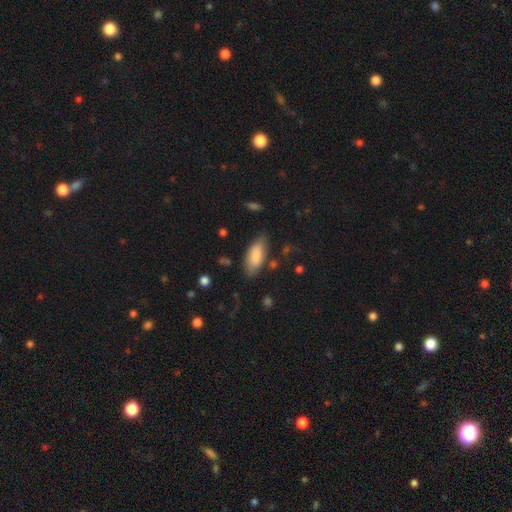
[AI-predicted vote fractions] A smooth galaxy with no disk features (83%) that is in between round and cigar-shaped (85%). Merging: none (78%).